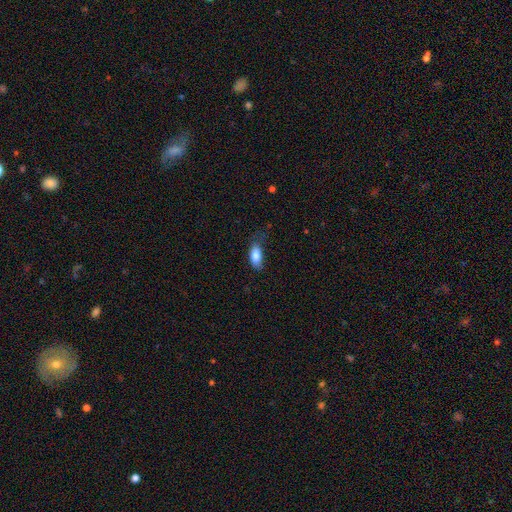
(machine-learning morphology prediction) smooth_or_featured: smooth (p=0.84) [alt: featured or disk p=0.09]
how_rounded: in between (p=0.88) [alt: cigar-shaped p=0.08]
merging: none (p=0.56) [alt: minor disturbance p=0.31]